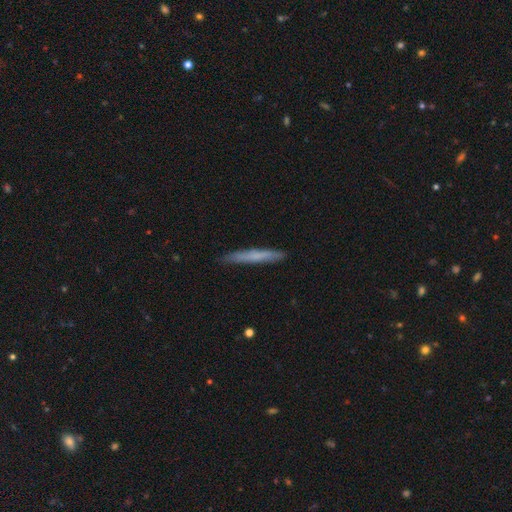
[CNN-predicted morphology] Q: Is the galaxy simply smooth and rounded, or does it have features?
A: smooth — 63%.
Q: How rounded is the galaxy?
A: cigar-shaped — 96%.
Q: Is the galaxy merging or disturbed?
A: none — 89%.